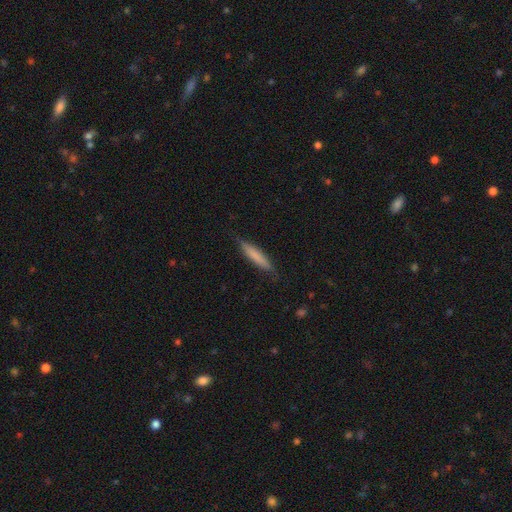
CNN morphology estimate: Overall: smooth (74%). How rounded: cigar-shaped (89%). Merging: none (83%).